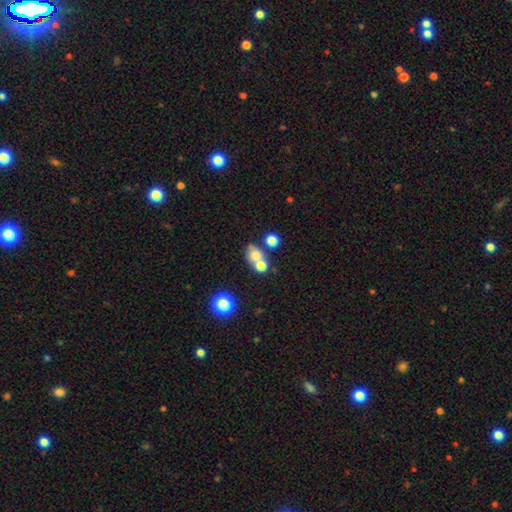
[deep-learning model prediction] Overall: smooth (68%). How rounded: round (53%; in between 45%). Merging: merger (46%; none 37%).